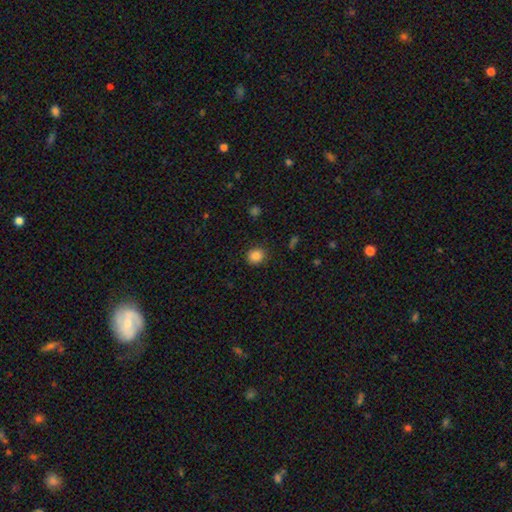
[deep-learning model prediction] smooth_or_featured: smooth (p=0.86) [alt: star or artifact p=0.10]
how_rounded: round (p=0.79) [alt: in between p=0.20]
merging: none (p=0.88) [alt: minor disturbance p=0.08]